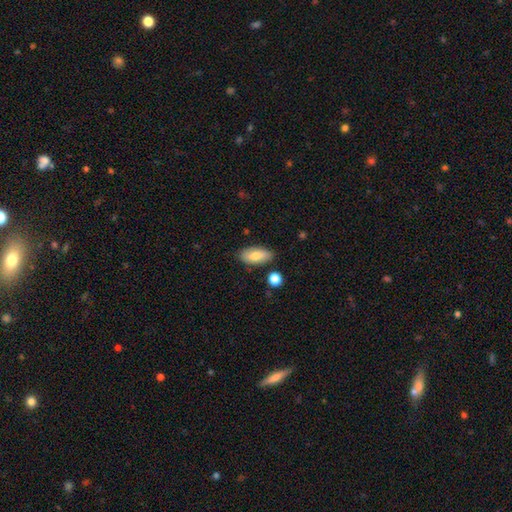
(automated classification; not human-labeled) This appears to be a smooth galaxy with no disk features (80%) that is in between round and cigar-shaped (89%). Merging: none (82%).